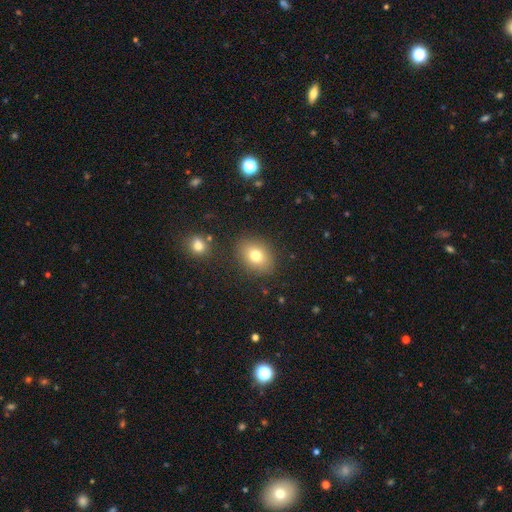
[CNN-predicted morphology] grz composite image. It shows a smooth galaxy with no disk features (77%) that is in between round and cigar-shaped (66%). Merging: none (84%).